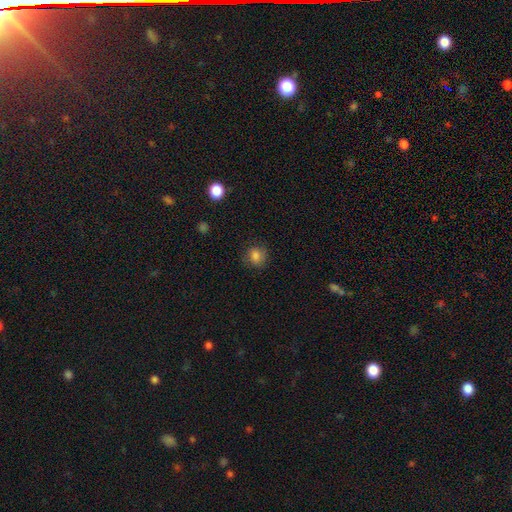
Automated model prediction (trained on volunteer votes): Smooth or featured: smooth — 77% (star or artifact — 12%)
How rounded: round — 80% (in between — 19%)
Merging: none — 79% (minor disturbance — 15%)